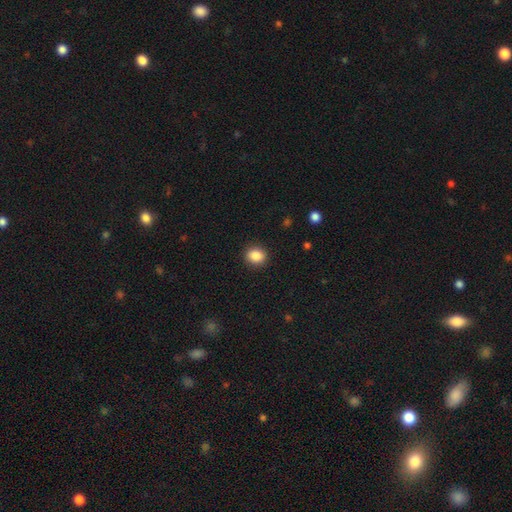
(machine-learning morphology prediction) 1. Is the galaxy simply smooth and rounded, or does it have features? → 87% smooth, 9% star or artifact, 4% featured or disk.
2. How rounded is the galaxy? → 66% round, 33% in between, 1% cigar-shaped.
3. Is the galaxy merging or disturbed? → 90% none, 7% minor disturbance, 2% major disturbance, 1% merger.